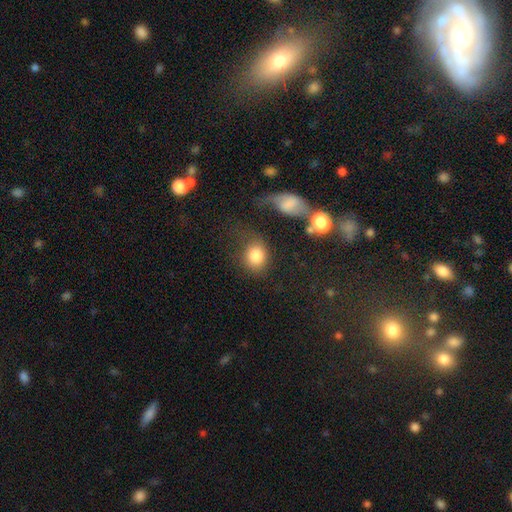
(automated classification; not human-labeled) A smooth galaxy with no disk features (82%) that is round (61%). Merging: none (57%).